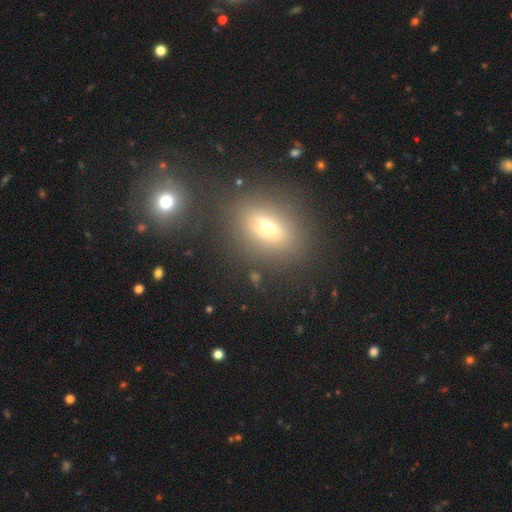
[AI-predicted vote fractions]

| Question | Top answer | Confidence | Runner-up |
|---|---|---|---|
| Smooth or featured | smooth | 56% | star or artifact (30%) |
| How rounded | in between | 64% | round (31%) |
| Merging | none | 83% | minor disturbance (7%) |